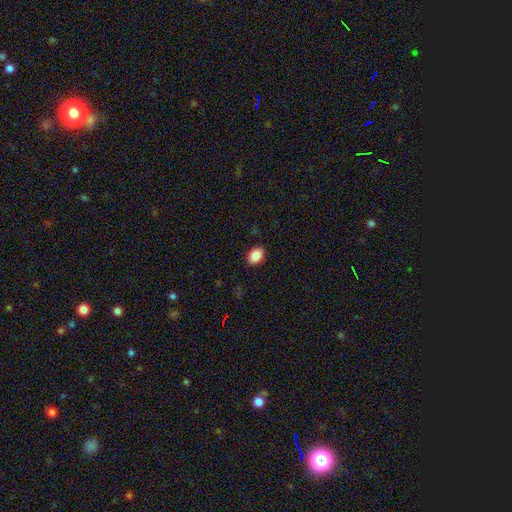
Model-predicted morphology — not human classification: type=smooth (88%); roundness=in between (78%); merging=none (89%).